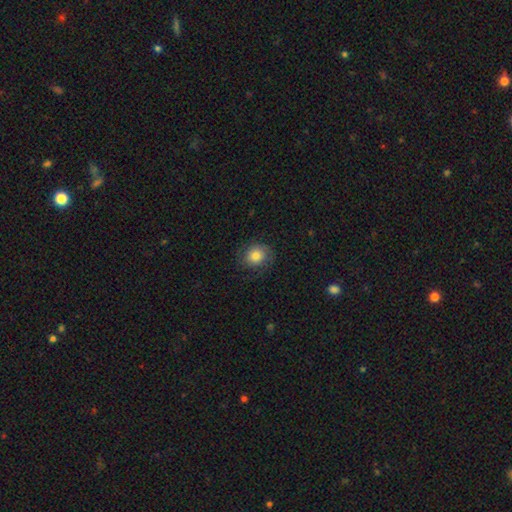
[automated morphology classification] Overall: smooth (72%). How rounded: round (75%). Merging: none (77%).